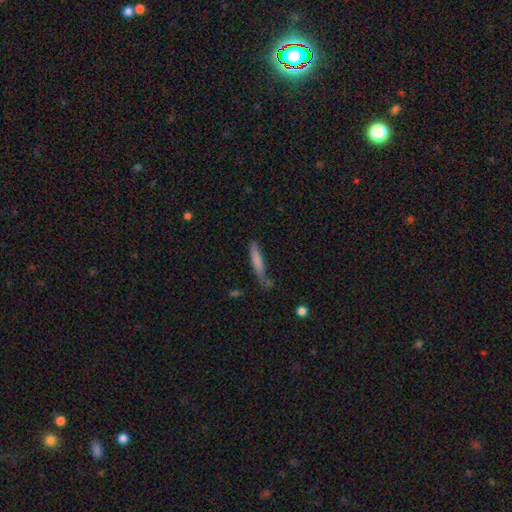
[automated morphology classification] Smooth or featured? smooth (72%)
How rounded? cigar-shaped (90%)
Merging? none (62%)